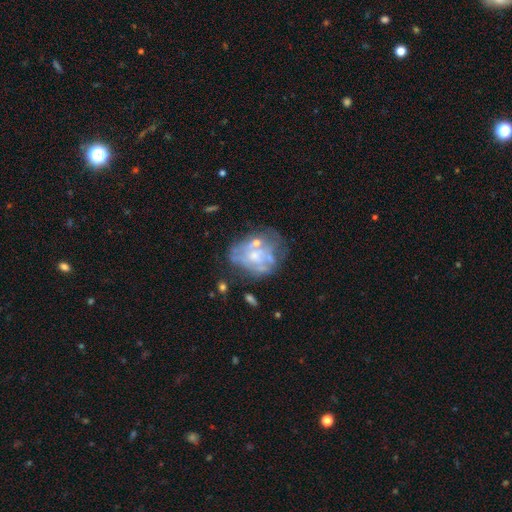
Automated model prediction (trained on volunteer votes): smooth-or-featured: featured or disk: 66% | smooth: 24% | star or artifact: 10%
  disk-edge-on: no: 98% | yes: 2%
    bar: no: 87% | weak: 11% | strong: 2%
    has-spiral-arms: no: 76% | yes: 24%
    bulge-size: small: 41% | moderate: 35% | none: 19% | large: 3% | dominant: 1%
  merging: none: 41% | minor disturbance: 23% | major disturbance: 23% | merger: 13%